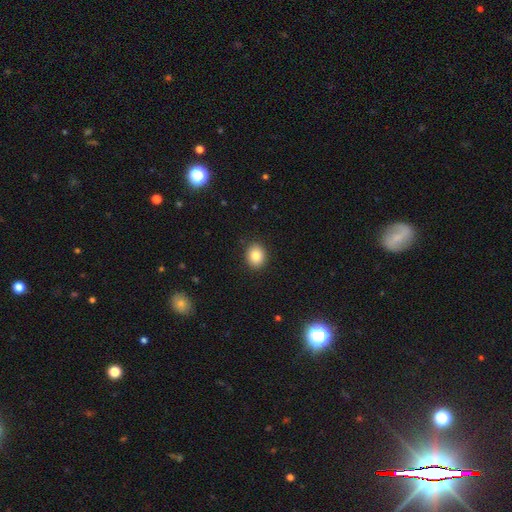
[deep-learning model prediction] smooth-or-featured: smooth: 82% | star or artifact: 9% | featured or disk: 8%
  how-rounded: round: 59% | in between: 40% | cigar-shaped: 1%
  merging: none: 90% | minor disturbance: 7% | major disturbance: 2% | merger: 1%